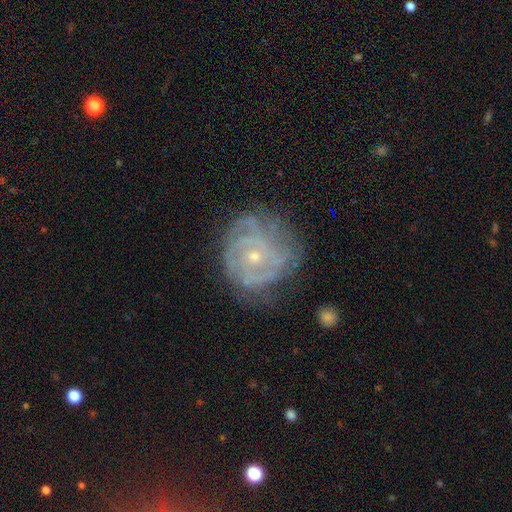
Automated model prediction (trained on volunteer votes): A featured or disk galaxy (80%) with no bar (78%), tight (68%) spiral arms (90%) and a small central bulge (70%). Merging: none (64%).